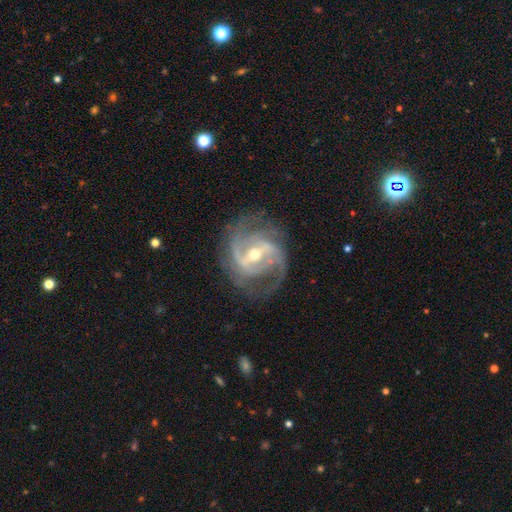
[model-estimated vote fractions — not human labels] A featured or disk galaxy (91%) with a strong bar (57%), 2 (59%) medium (50%) spiral arms (97%) and a moderate central bulge (55%). Merging: none (73%).